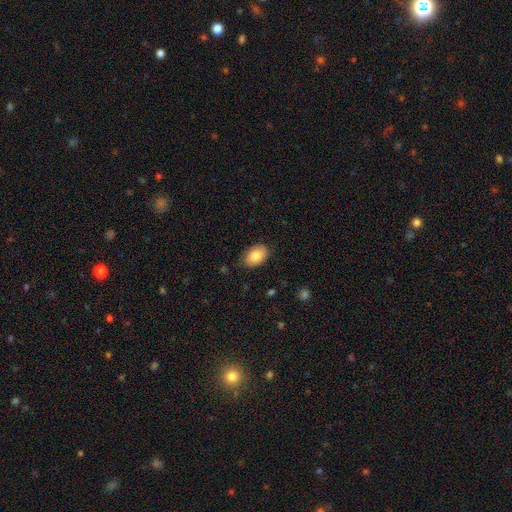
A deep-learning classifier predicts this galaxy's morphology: Smooth or featured: smooth — 84% (featured or disk — 9%)
How rounded: in between — 87% (round — 12%)
Merging: none — 81% (minor disturbance — 16%)